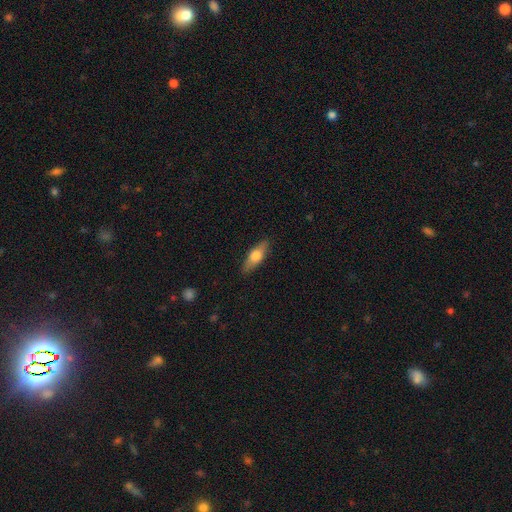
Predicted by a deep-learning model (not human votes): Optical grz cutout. It shows a smooth galaxy with no disk features (58%) that is in between round and cigar-shaped (57%). Merging: none (87%).